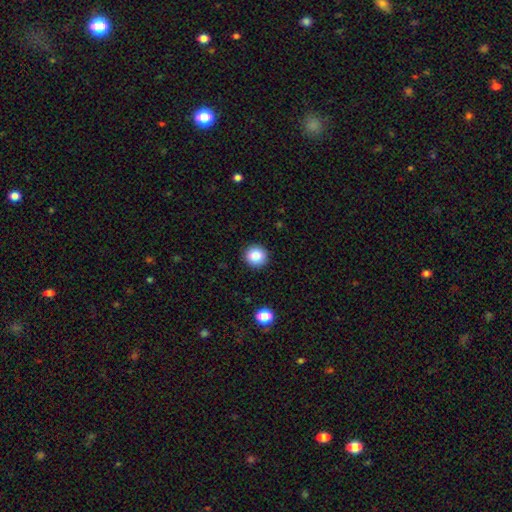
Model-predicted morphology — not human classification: Smooth or featured? smooth (86%)
How rounded? round (93%)
Merging? none (91%)